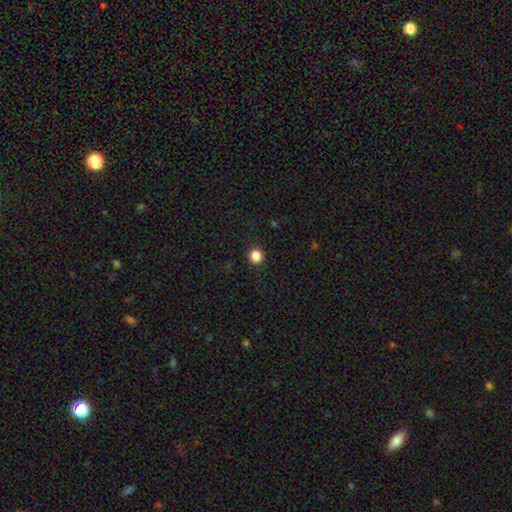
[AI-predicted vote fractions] Morphology: type=smooth (86%); roundness=round (92%); merging=none (92%).